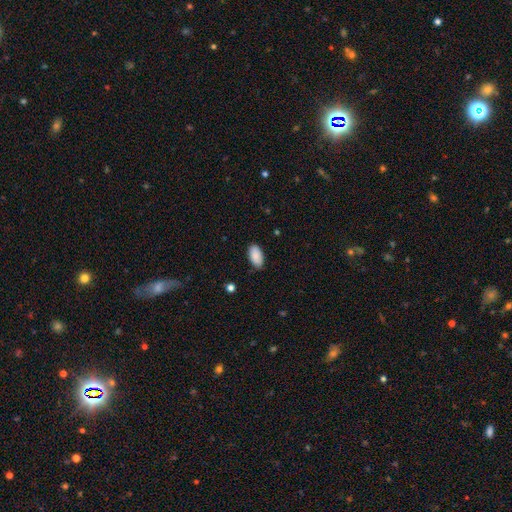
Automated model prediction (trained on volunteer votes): smooth_or_featured: smooth (p=0.90) [alt: star or artifact p=0.07]
how_rounded: in between (p=0.95) [alt: round p=0.03]
merging: none (p=0.84) [alt: minor disturbance p=0.13]